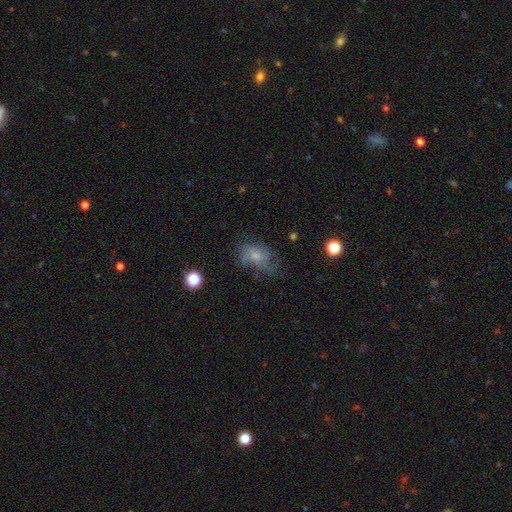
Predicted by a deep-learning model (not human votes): smooth_or_featured: smooth (p=0.50) [alt: featured or disk p=0.38]
merging: none (p=0.44) [alt: minor disturbance p=0.29]